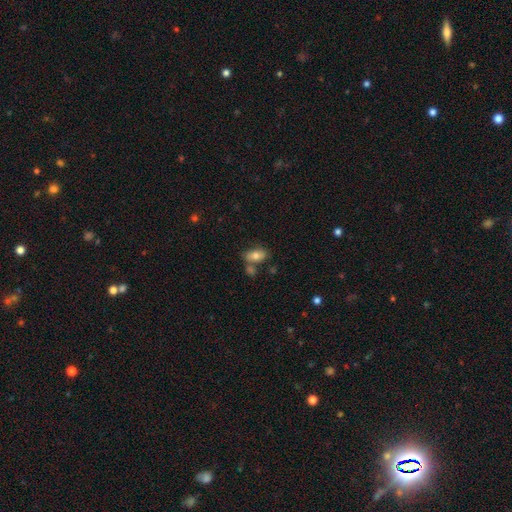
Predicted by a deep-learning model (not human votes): smooth_or_featured: smooth (p=0.75) [alt: featured or disk p=0.16]
how_rounded: in between (p=0.88) [alt: round p=0.09]
merging: none (p=0.57) [alt: merger p=0.22]